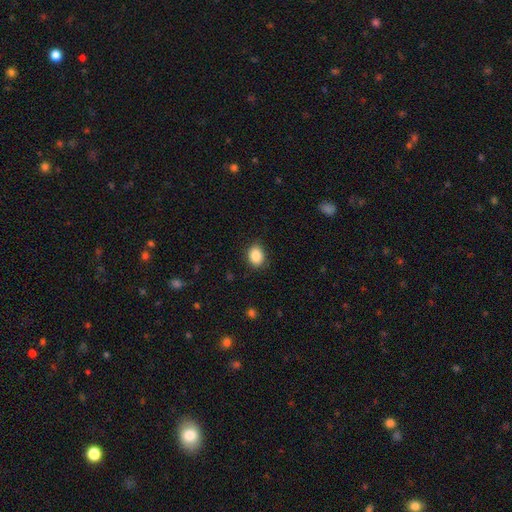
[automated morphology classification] Overall: smooth (88%). How rounded: in between (62%; round 37%). Merging: none (85%).